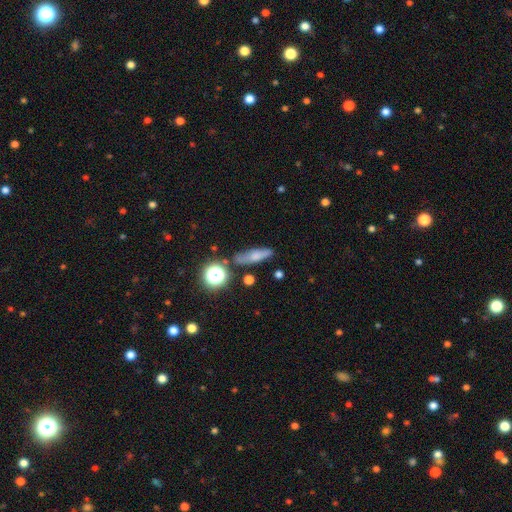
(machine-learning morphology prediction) Overall: smooth (64%). How rounded: cigar-shaped (55%; in between 33%). Merging: none (72%).